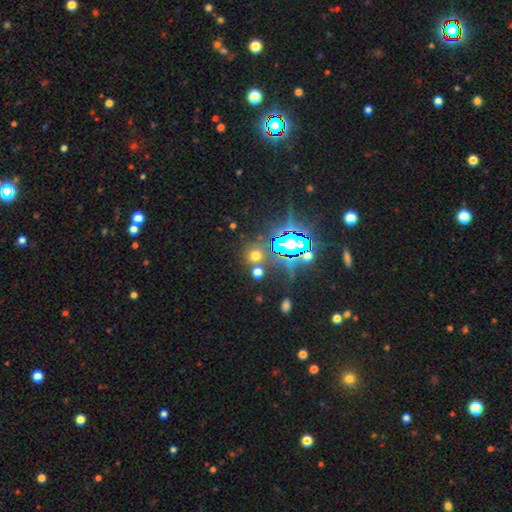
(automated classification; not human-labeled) This is possibly a smooth galaxy (48%). Merging: likely none (75%).